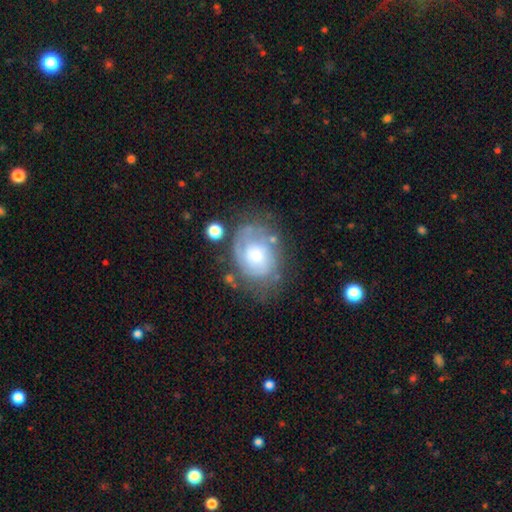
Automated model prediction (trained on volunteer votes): smooth-or-featured: featured or disk: 62% | smooth: 30% | star or artifact: 8%
  disk-edge-on: no: 97% | yes: 3%
    bar: no: 75% | weak: 22% | strong: 3%
    has-spiral-arms: yes: 78% | no: 22%
    bulge-size: moderate: 44% | small: 25% | large: 22% | none: 5% | dominant: 3%
  merging: none: 53% | minor disturbance: 25% | major disturbance: 17% | merger: 5%